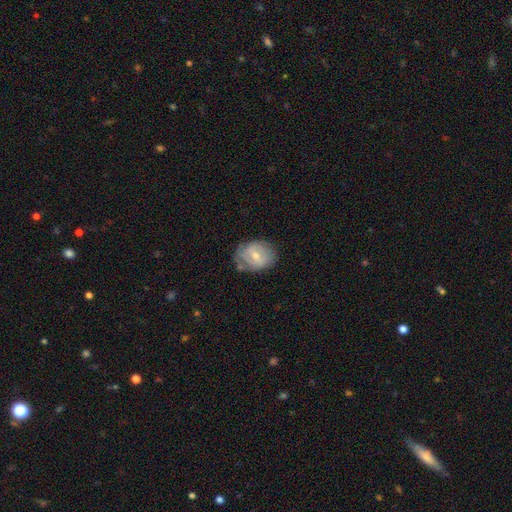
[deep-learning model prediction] smooth-or-featured: featured or disk: 50% | smooth: 43% | star or artifact: 7%
  disk-edge-on: no: 96% | yes: 4%
  merging: none: 57% | minor disturbance: 29% | major disturbance: 10% | merger: 4%